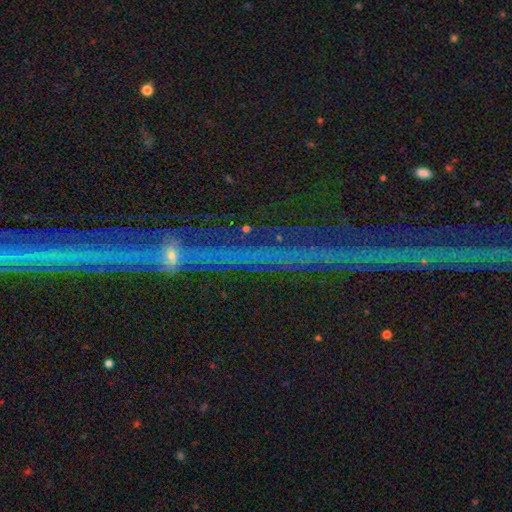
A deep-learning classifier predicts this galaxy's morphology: Smooth or featured?
  - star or artifact: 65% *
  - featured or disk: 23%
  - smooth: 11%